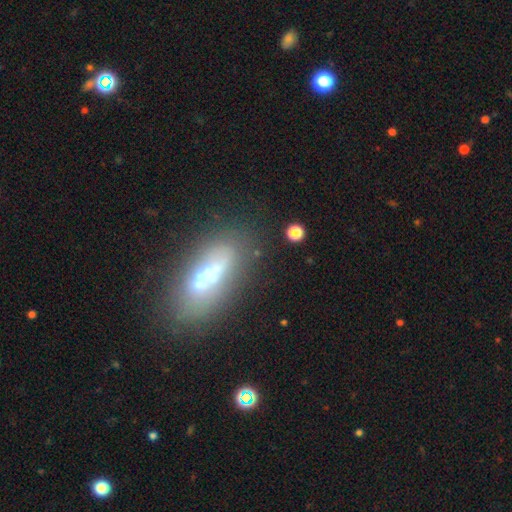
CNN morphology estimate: A smooth galaxy with no disk features (55%) that is in between round and cigar-shaped (63%).

Vote fractions:
- Smooth or featured? smooth: 55% / featured or disk: 31% / star or artifact: 14%
- How rounded? in between: 63% / cigar-shaped: 34% / round: 3%
- Merging? none: 76% / minor disturbance: 16% / major disturbance: 6% / merger: 3%